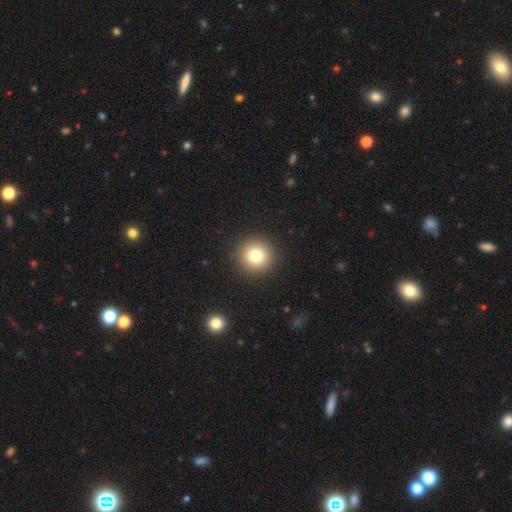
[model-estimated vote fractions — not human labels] Smooth or featured?
  - smooth: 78% *
  - star or artifact: 13%
  - featured or disk: 10%
How rounded?
  - round: 95% *
  - in between: 4%
  - cigar-shaped: 1%
Merging?
  - none: 92% *
  - minor disturbance: 5%
  - major disturbance: 2%
  - merger: 1%